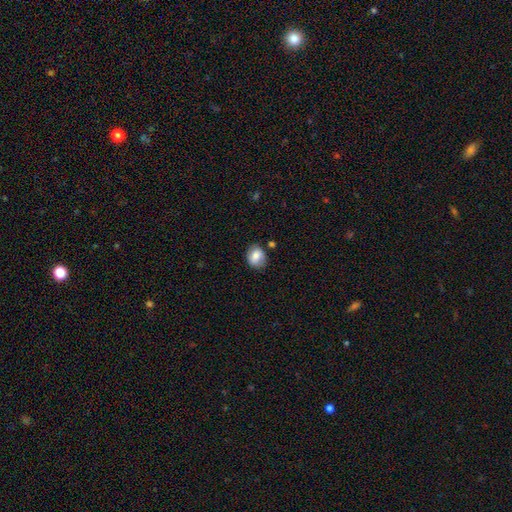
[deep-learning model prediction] A smooth galaxy with no disk features (77%) that is round (59%). Merging: none (77%).